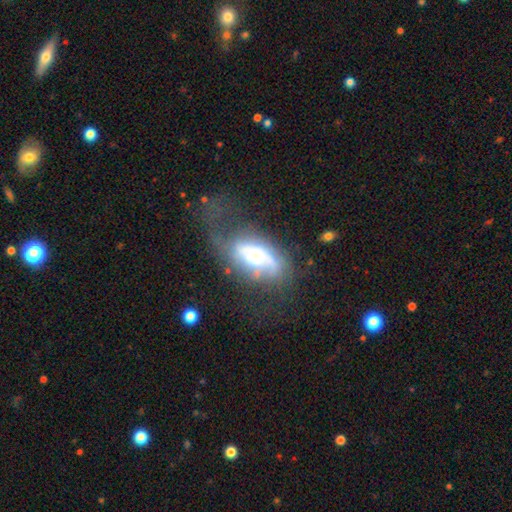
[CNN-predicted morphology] Smooth or featured? featured or disk (61%)
Edge-on disk? no (89%)
Bar? no (69%)
Spiral arms? yes (62%)
Bulge size? moderate (52%)
Merging? major disturbance (42%)